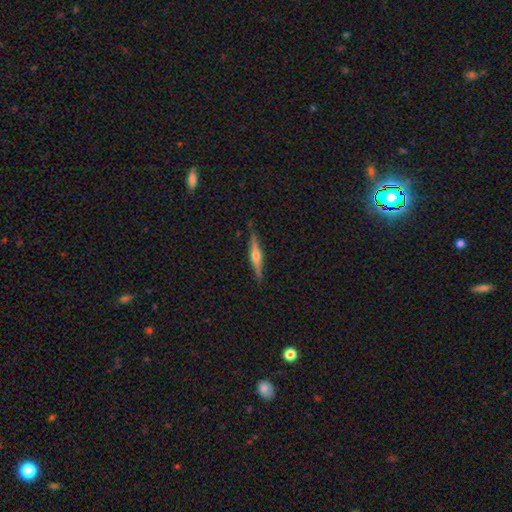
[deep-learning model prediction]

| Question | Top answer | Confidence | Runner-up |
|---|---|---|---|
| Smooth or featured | featured or disk | 72% | smooth (22%) |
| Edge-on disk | yes | 98% | no (2%) |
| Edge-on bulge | rounded | 89% | boxy (7%) |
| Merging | none | 88% | minor disturbance (9%) |